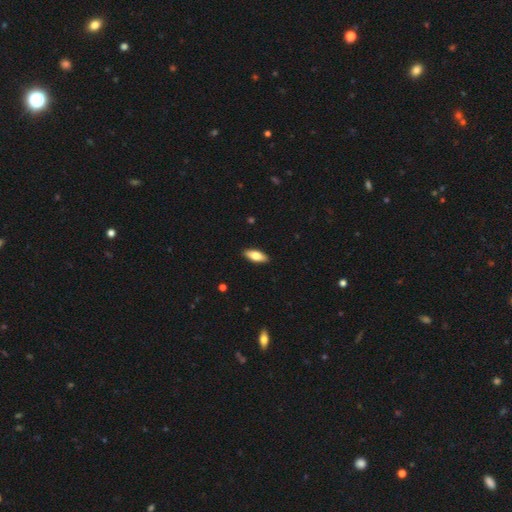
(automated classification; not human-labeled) Smooth or featured? Predicted: smooth (p=0.74). How rounded? Predicted: in between (p=0.74). Merging? Predicted: none (p=0.90).